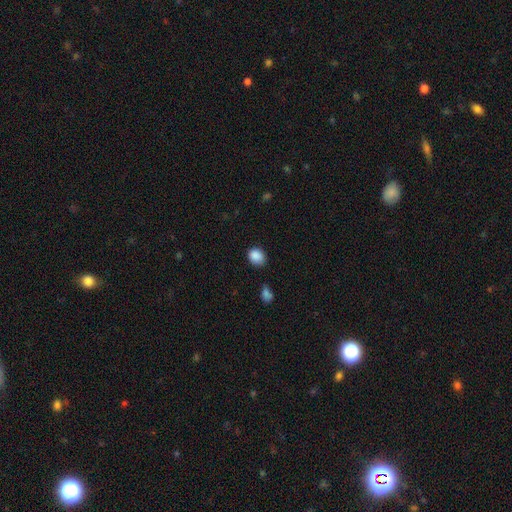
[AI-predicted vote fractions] This appears to be a smooth galaxy with no disk features (88%) that is round (55%). Merging: none (74%).